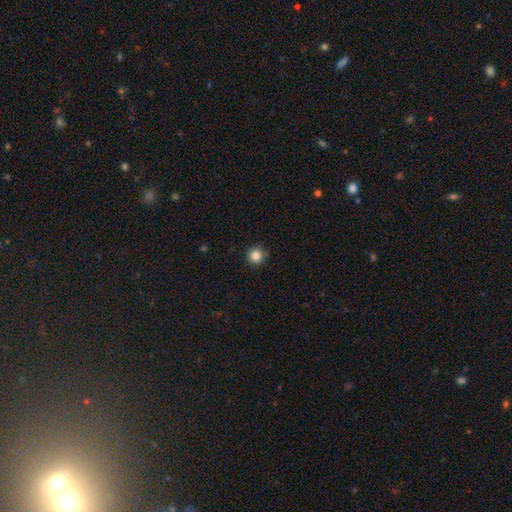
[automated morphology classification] Smooth or featured?
  - smooth: 85% *
  - star or artifact: 11%
  - featured or disk: 4%
How rounded?
  - round: 95% *
  - in between: 4%
  - cigar-shaped: 1%
Merging?
  - none: 91% *
  - minor disturbance: 6%
  - major disturbance: 2%
  - merger: 1%